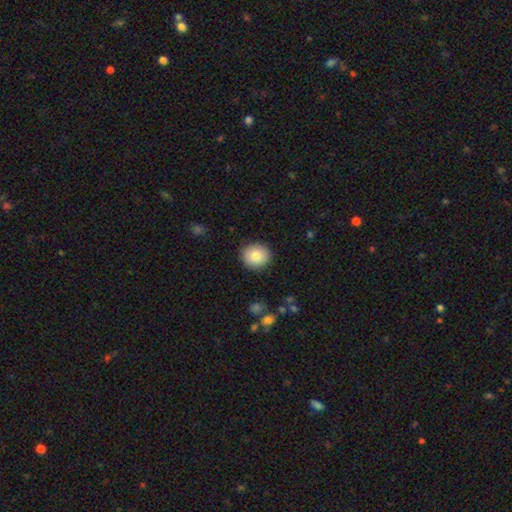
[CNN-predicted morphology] A smooth galaxy with no disk features (82%) that is round (86%). Merging: none (90%).